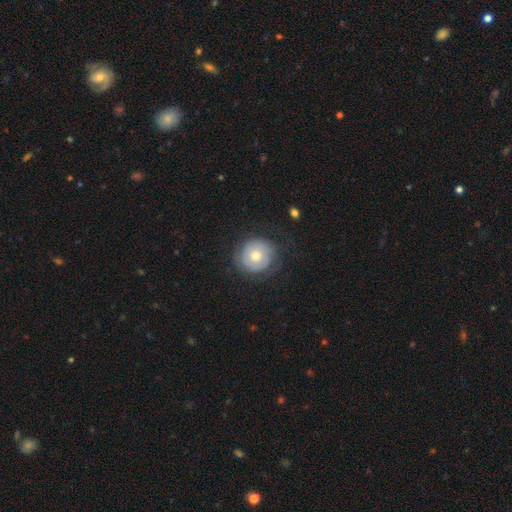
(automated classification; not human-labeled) Smooth or featured? smooth (52%)
How rounded? round (92%)
Merging? none (72%)